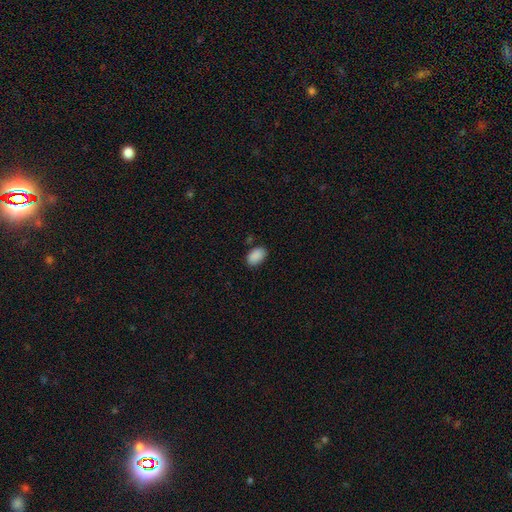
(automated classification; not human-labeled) Q: Smooth or featured?
A: smooth (89%); runner-up: star or artifact (8%)
Q: How rounded?
A: in between (89%); runner-up: round (9%)
Q: Merging?
A: none (81%); runner-up: minor disturbance (13%)